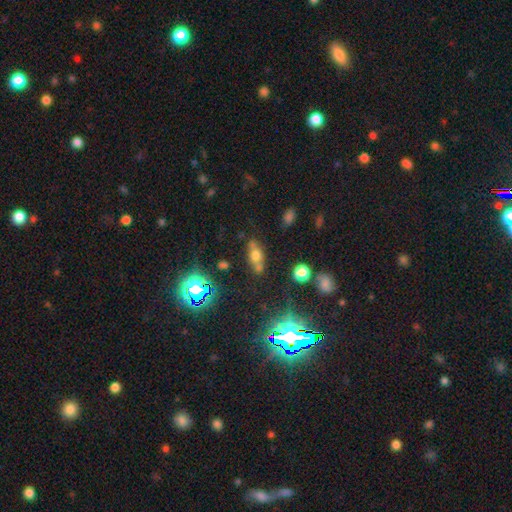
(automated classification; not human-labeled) Overall: smooth (54%; star or artifact 23%). How rounded: in between (68%). Merging: none (59%; merger 19%).